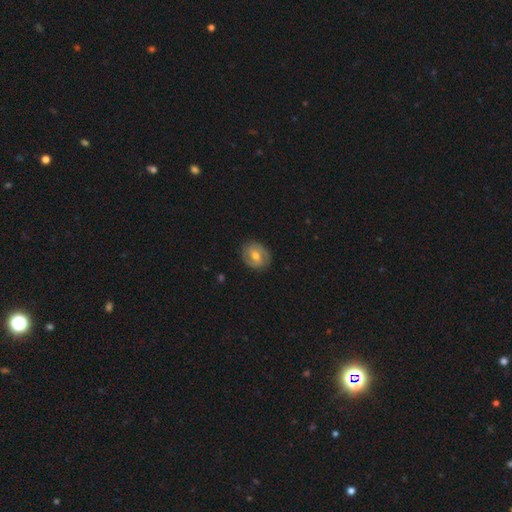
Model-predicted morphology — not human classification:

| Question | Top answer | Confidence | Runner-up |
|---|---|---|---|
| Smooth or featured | featured or disk | 59% | smooth (34%) |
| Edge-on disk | no | 96% | yes (4%) |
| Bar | weak | 48% | no (32%) |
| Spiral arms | yes | 75% | no (25%) |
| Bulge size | moderate | 71% | small (20%) |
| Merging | none | 83% | minor disturbance (12%) |